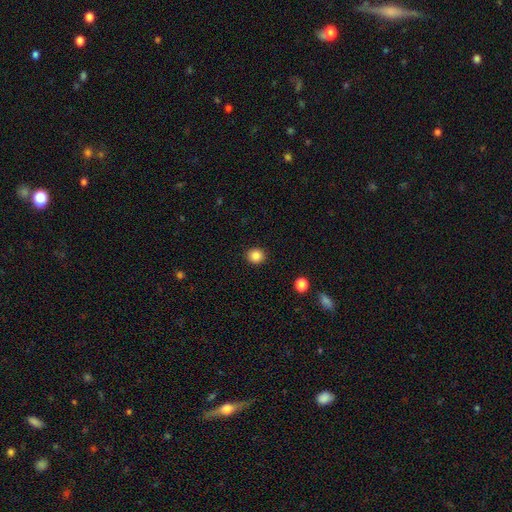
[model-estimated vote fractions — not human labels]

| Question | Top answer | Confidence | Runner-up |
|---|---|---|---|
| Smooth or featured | smooth | 86% | star or artifact (10%) |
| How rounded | round | 85% | in between (14%) |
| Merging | none | 92% | minor disturbance (5%) |